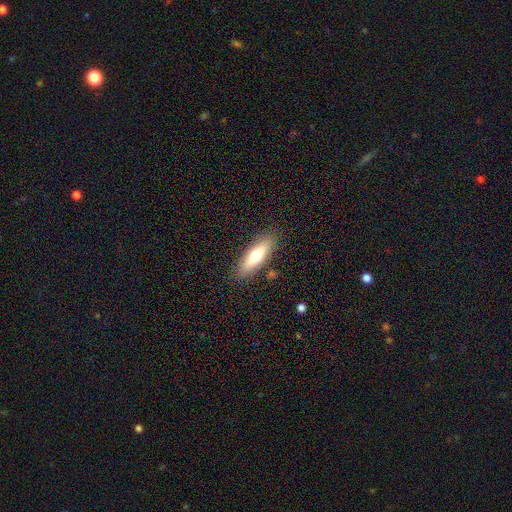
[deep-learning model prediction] Q: Smooth or featured?
A: smooth (64%); runner-up: featured or disk (30%)
Q: How rounded?
A: cigar-shaped (52%); runner-up: in between (46%)
Q: Merging?
A: none (85%); runner-up: minor disturbance (10%)